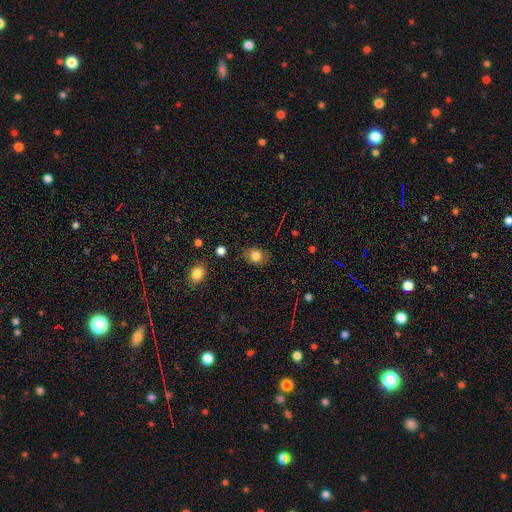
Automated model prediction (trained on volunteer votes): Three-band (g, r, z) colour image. It shows a smooth galaxy with no disk features (81%) that is in between round and cigar-shaped (54%). Merging: none (80%).